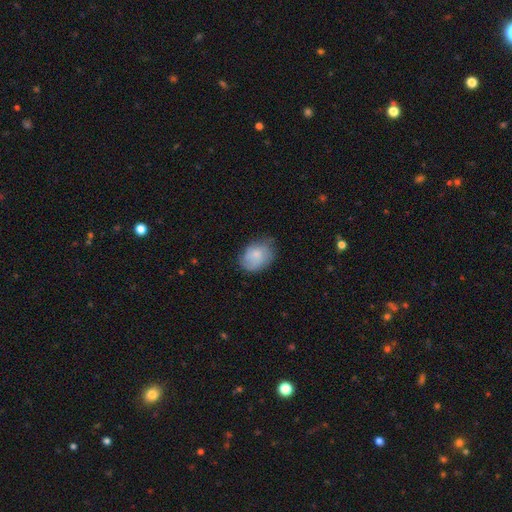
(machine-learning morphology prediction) type=smooth (73%); roundness=in between (65%); merging=none (60%).